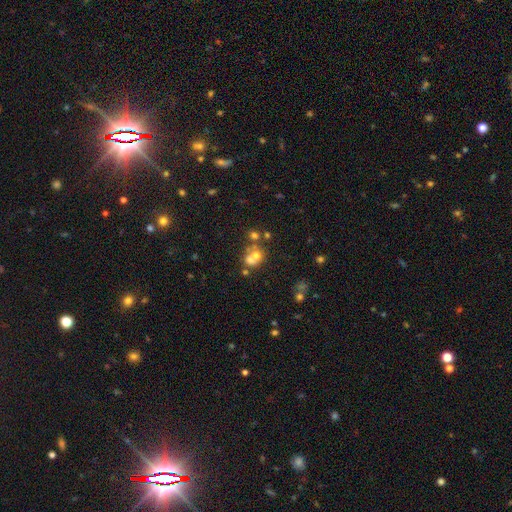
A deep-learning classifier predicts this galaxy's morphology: A smooth galaxy with no disk features (57%) that is round (69%). Merging: merger (54%).